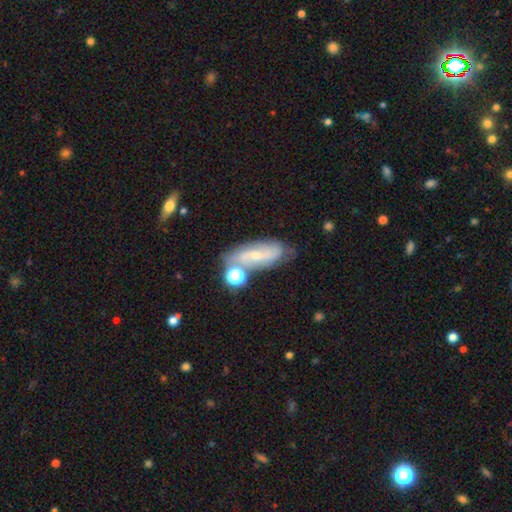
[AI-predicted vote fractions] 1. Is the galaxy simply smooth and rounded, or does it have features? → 63% featured or disk, 27% smooth, 10% star or artifact.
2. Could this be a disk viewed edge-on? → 87% no, 13% yes.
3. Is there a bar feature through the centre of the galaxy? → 45% no, 36% weak, 19% strong.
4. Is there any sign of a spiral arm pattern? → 85% yes, 15% no.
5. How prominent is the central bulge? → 69% small, 25% moderate, 4% none, 1% large, 1% dominant.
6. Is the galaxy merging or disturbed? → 57% none, 21% minor disturbance, 15% merger, 7% major disturbance.